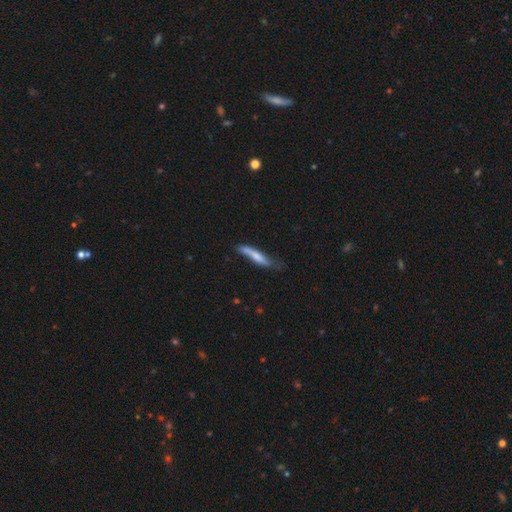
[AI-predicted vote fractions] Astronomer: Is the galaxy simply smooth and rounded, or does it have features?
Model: smooth — 58% (runner-up: featured or disk, 36%).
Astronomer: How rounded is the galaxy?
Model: cigar-shaped — 86%.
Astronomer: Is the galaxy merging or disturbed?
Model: none — 49% (runner-up: minor disturbance, 32%).